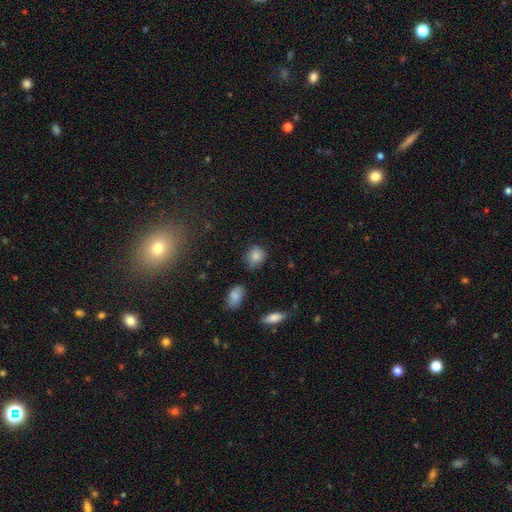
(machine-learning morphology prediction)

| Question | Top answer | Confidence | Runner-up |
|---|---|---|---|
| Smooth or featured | smooth | 83% | star or artifact (10%) |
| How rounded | round | 67% | in between (31%) |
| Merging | none | 73% | minor disturbance (20%) |